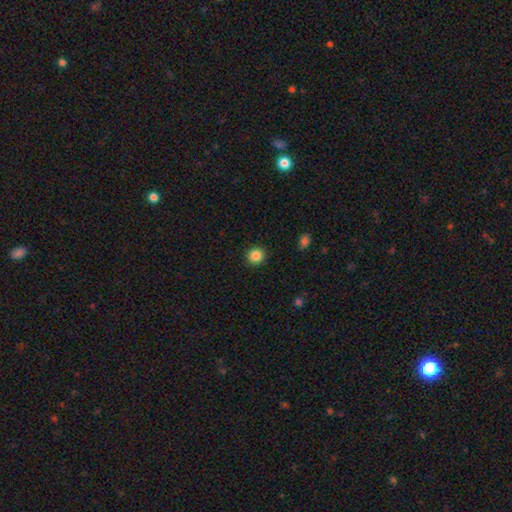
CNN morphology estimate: This appears to be a smooth galaxy with no disk features (86%) that is round (93%). Merging: none (92%).